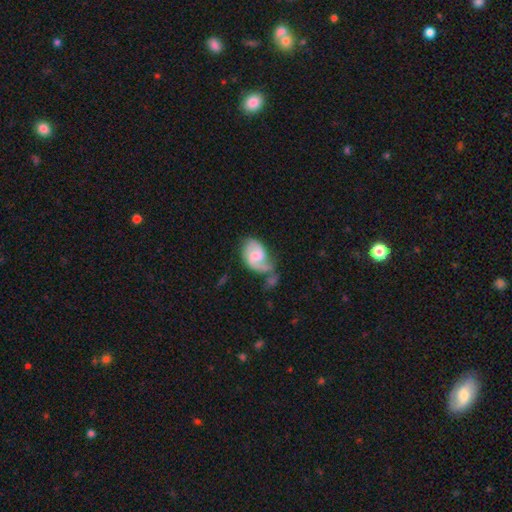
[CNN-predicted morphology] featured or disk 77%, smooth 17%, star or artifact 6%. Down the decision tree: edge-on disk — no (98%); bar — weak (48%); spiral arms — yes (94%); spiral arm count — 2 (81%); spiral winding — medium (50%); bulge size — moderate (36%); merging — none (35%).